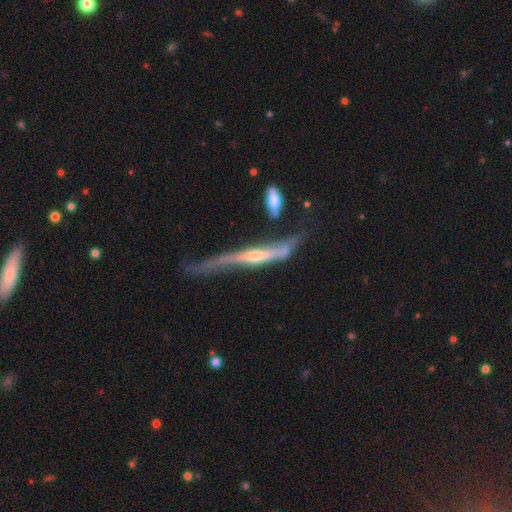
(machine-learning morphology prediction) The model was most divided on "merging": none: 32%, major disturbance: 27%, minor disturbance: 27%, merger: 14%. More confident: edge-on disk — yes (87%); smooth or featured — featured or disk (74%); edge-on bulge — rounded (65%).